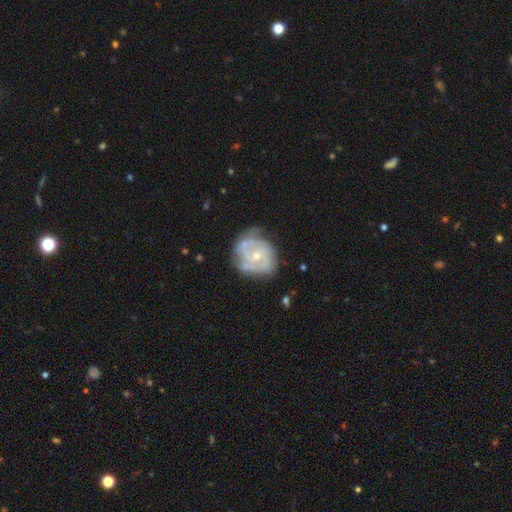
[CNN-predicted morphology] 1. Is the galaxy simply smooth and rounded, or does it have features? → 81% featured or disk, 13% smooth, 6% star or artifact.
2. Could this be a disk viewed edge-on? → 98% no, 2% yes.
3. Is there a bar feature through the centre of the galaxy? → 73% no, 23% weak, 4% strong.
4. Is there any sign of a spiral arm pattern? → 89% yes, 11% no.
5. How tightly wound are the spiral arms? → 57% tight, 34% medium, 9% loose.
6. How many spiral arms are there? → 35% 2, 28% can't tell, 23% 3, 6% 4, 5% 1, 4% more than 4.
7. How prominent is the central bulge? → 61% small, 36% moderate, 2% none, 1% large, 1% dominant.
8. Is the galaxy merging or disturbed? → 59% none, 26% minor disturbance, 12% major disturbance, 3% merger.